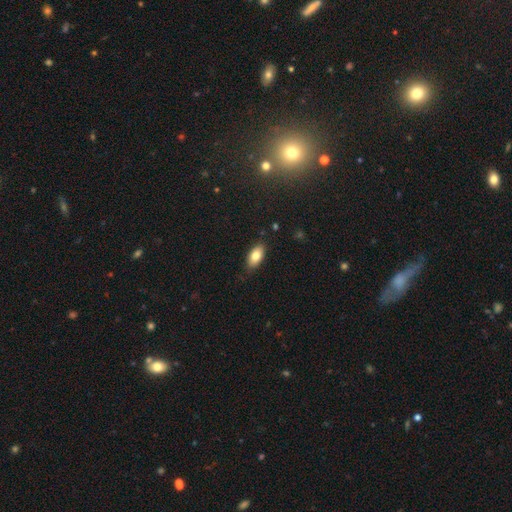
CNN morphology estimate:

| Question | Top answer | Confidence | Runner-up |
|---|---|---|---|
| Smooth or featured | smooth | 81% | featured or disk (12%) |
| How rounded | in between | 91% | cigar-shaped (6%) |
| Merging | none | 84% | minor disturbance (12%) |